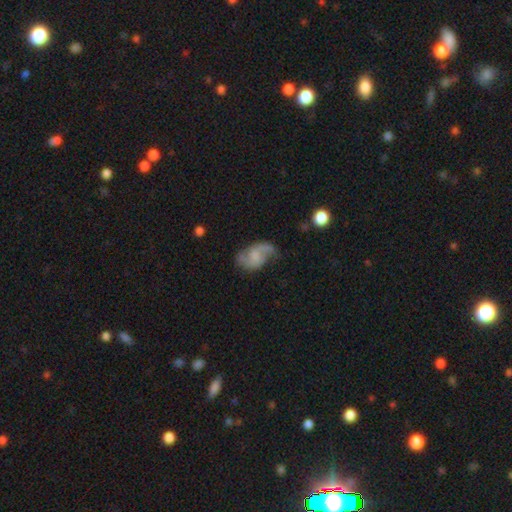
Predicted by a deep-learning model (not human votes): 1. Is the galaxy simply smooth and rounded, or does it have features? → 70% featured or disk, 23% smooth, 7% star or artifact.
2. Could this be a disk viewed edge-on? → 97% no, 3% yes.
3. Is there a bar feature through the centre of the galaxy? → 50% no, 42% weak, 8% strong.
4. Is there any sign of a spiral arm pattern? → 92% yes, 8% no.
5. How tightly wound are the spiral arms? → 50% loose, 39% medium, 11% tight.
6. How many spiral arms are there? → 84% 2, 7% 1, 5% can't tell, 1% 3, 1% 4, 1% more than 4.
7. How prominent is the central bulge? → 44% none, 28% small, 21% moderate, 6% large, 1% dominant.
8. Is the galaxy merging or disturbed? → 57% none, 25% minor disturbance, 15% major disturbance, 3% merger.